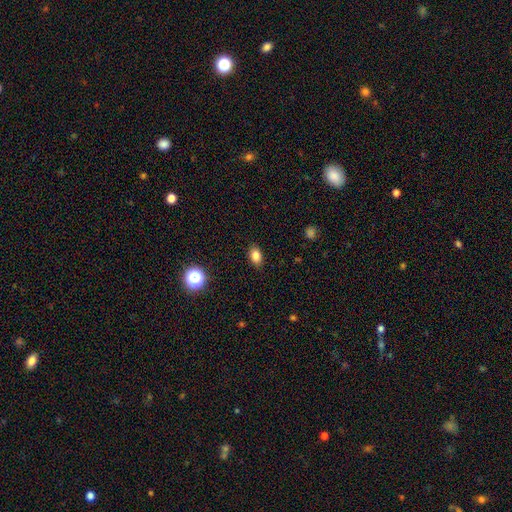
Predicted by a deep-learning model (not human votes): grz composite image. It shows a smooth galaxy with no disk features (82%) that is in between round and cigar-shaped (80%). Merging: none (88%).